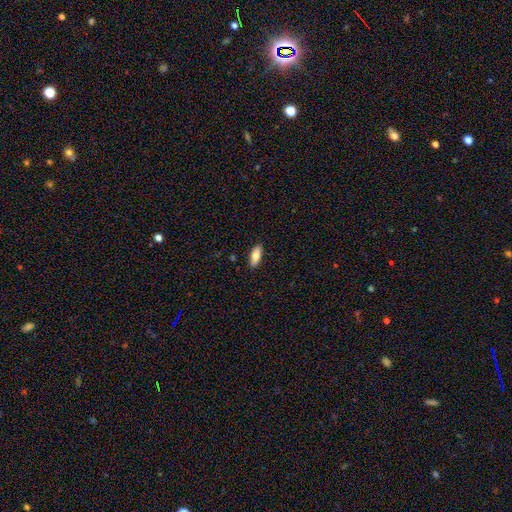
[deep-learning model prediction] Q: Smooth or featured?
A: smooth (81%); runner-up: featured or disk (12%)
Q: How rounded?
A: in between (80%); runner-up: cigar-shaped (18%)
Q: Merging?
A: none (89%); runner-up: minor disturbance (8%)